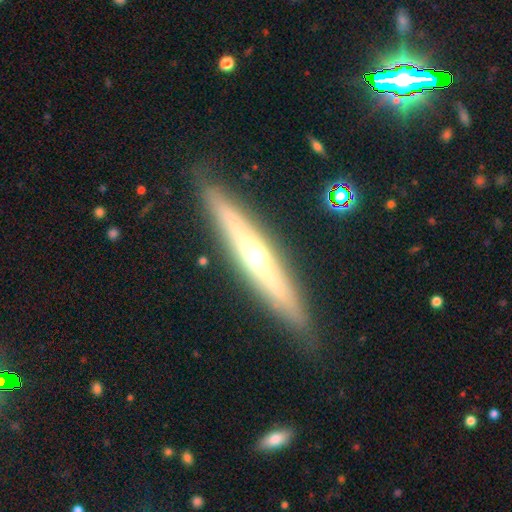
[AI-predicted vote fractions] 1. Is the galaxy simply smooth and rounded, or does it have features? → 69% featured or disk, 24% smooth, 6% star or artifact.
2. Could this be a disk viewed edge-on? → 93% yes, 7% no.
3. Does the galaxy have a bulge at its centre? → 82% rounded, 14% none, 4% boxy.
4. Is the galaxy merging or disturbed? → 87% none, 9% minor disturbance, 2% major disturbance, 1% merger.